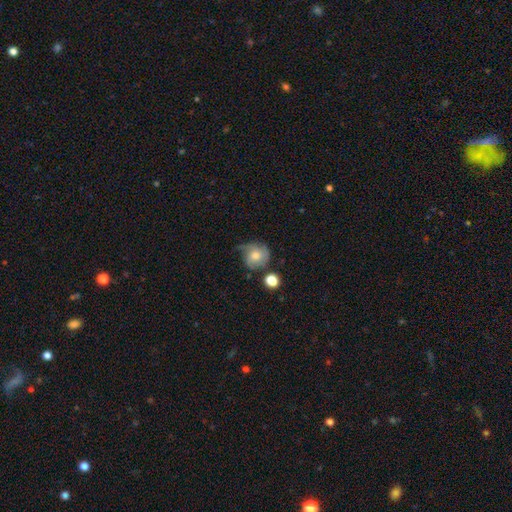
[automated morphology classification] smooth 57%, featured or disk 34%, star or artifact 9%. Down the decision tree: how rounded — round (81%); merging — none (48%).